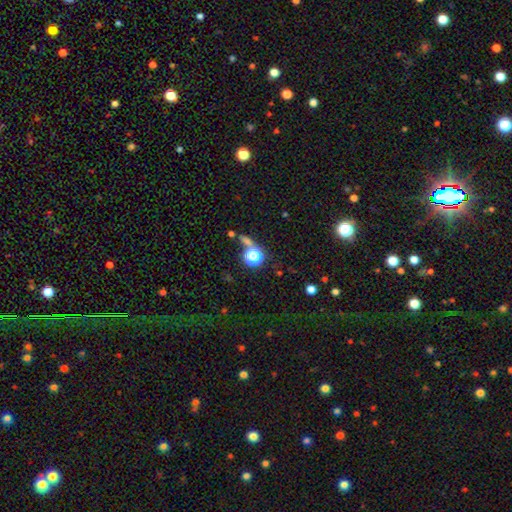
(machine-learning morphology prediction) A star or artifact, not a galaxy (58%).

Vote fractions:
- Smooth or featured? star or artifact: 58% / smooth: 32% / featured or disk: 10%